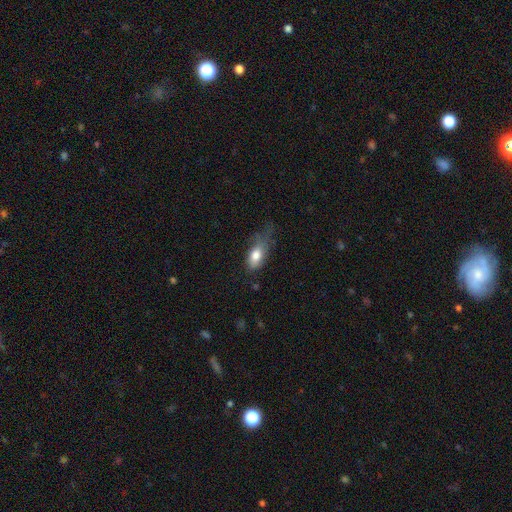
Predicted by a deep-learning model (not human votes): smooth_or_featured: smooth (p=0.78) [alt: featured or disk p=0.15]
how_rounded: in between (p=0.87) [alt: cigar-shaped p=0.07]
merging: none (p=0.37) [alt: minor disturbance p=0.36]